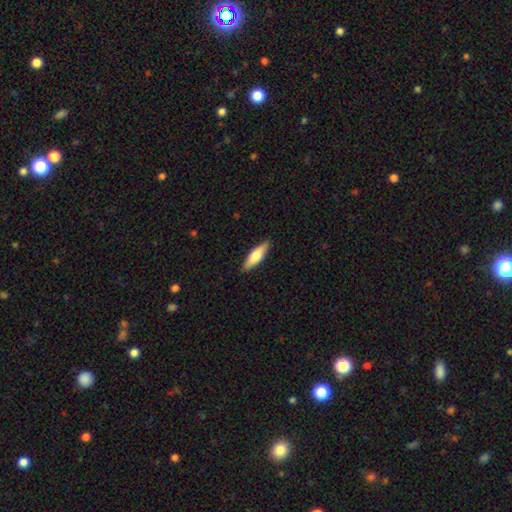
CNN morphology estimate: smooth 66%, featured or disk 28%, star or artifact 5%. Down the decision tree: how rounded — cigar-shaped (57%); merging — none (89%).